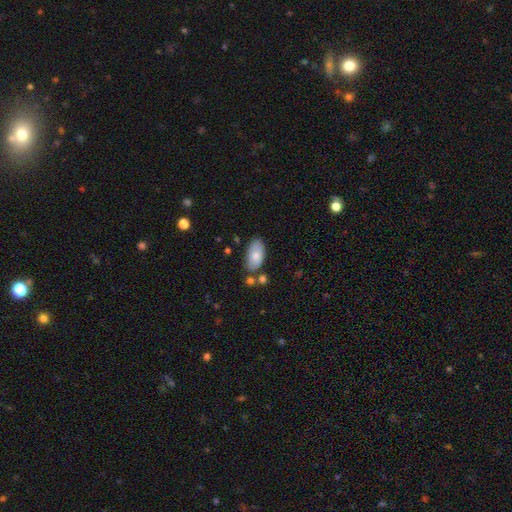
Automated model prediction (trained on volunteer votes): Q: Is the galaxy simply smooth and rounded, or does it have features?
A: smooth — 77%.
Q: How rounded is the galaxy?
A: in between — 94%.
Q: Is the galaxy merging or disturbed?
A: none — 69%.